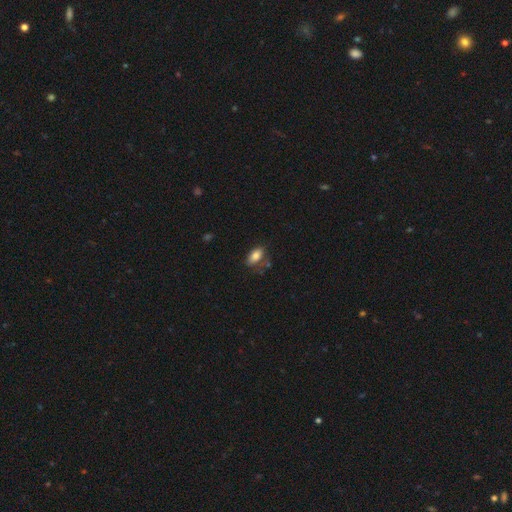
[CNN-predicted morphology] Smooth or featured?
  - smooth: 82% *
  - featured or disk: 10%
  - star or artifact: 8%
How rounded?
  - in between: 91% *
  - round: 5%
  - cigar-shaped: 4%
Merging?
  - none: 65% *
  - minor disturbance: 22%
  - major disturbance: 7%
  - merger: 7%